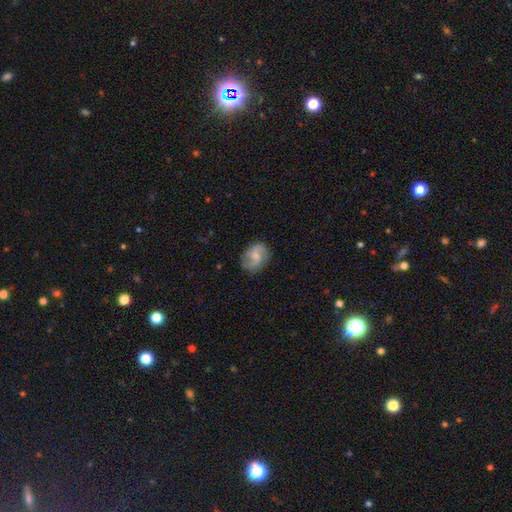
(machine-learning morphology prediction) type=featured or disk (68%); edge-on=no (98%); bar=weak (52%); spiral arms=yes (91%); winding=loose (47%); arm count=2 (88%); bulge=small (42%); merging=none (75%).